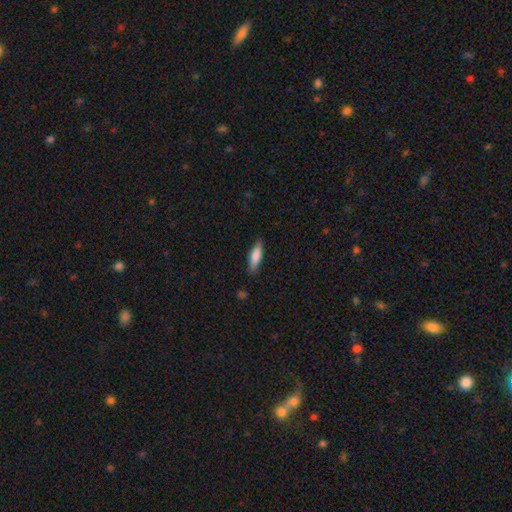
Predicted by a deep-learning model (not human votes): Overall: smooth (77%). How rounded: cigar-shaped (62%; in between 36%). Merging: none (84%).